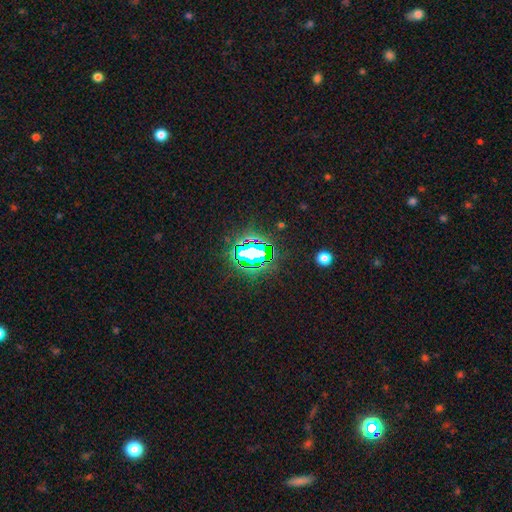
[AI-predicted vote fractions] Morphology: type=star or artifact (75%).